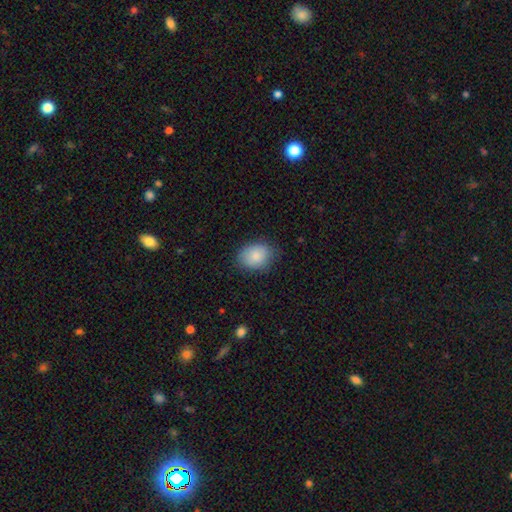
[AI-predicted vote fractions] This is clearly a smooth galaxy (86%). How rounded: likely in between (65%). Merging: likely none (78%).